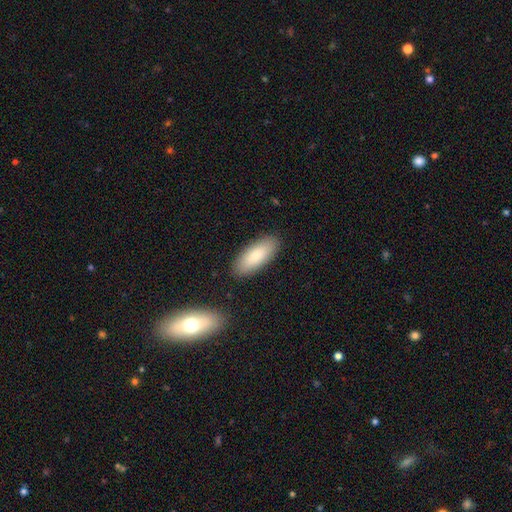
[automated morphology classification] Smooth or featured: smooth — 83% (featured or disk — 11%)
How rounded: in between — 78% (cigar-shaped — 20%)
Merging: none — 88% (minor disturbance — 9%)